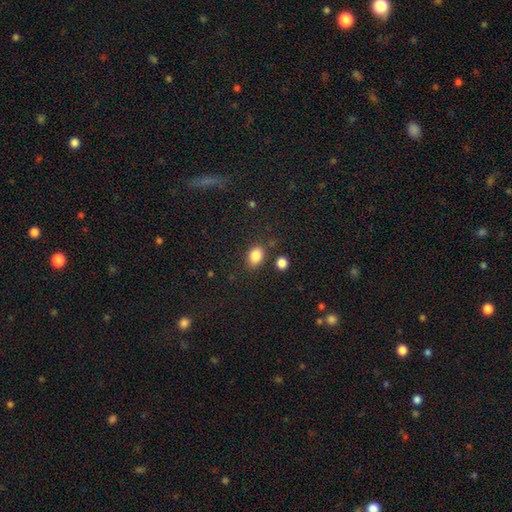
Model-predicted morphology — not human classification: smooth 85%, star or artifact 10%, featured or disk 5%. Down the decision tree: how rounded — in between (70%); merging — none (76%).